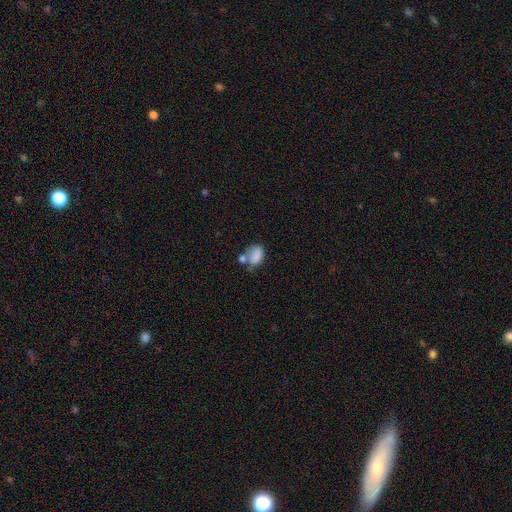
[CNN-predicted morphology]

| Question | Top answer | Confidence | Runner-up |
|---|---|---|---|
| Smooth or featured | smooth | 81% | star or artifact (9%) |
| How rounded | in between | 82% | round (16%) |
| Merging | none | 37% | merger (32%) |